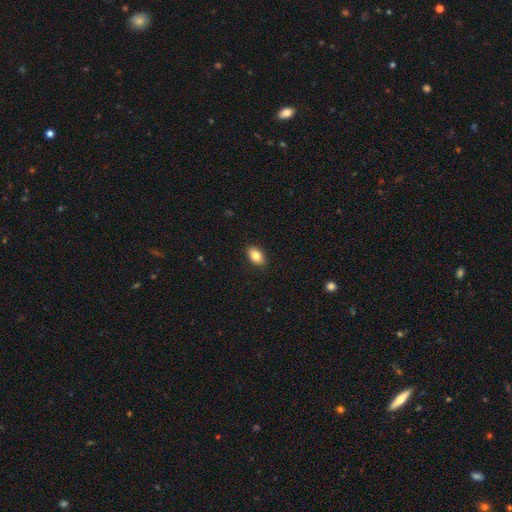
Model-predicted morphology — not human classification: type=smooth (82%); roundness=in between (90%); merging=none (89%).